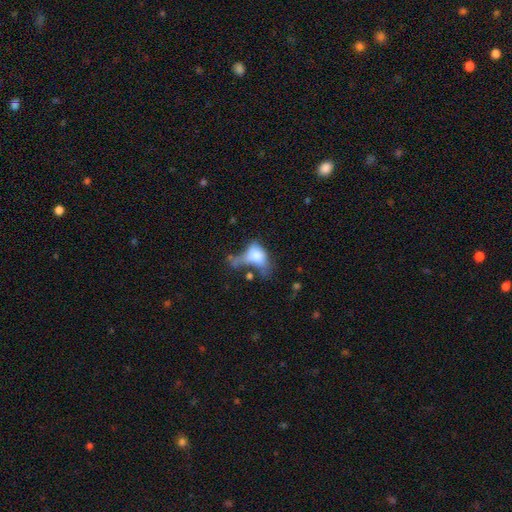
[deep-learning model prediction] A smooth galaxy with no disk features (64%) that is in between round and cigar-shaped (83%).

Vote fractions:
- Smooth or featured? smooth: 64% / featured or disk: 25% / star or artifact: 10%
- How rounded? in between: 83% / round: 13% / cigar-shaped: 5%
- Merging? major disturbance: 41% / merger: 25% / none: 17% / minor disturbance: 17%